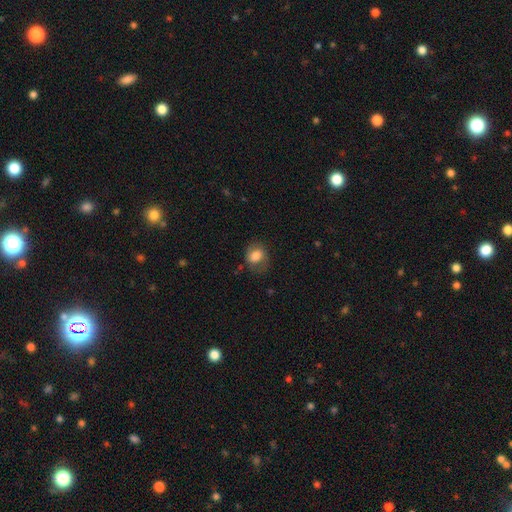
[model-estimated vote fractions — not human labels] Smooth or featured? smooth (76%)
How rounded? in between (51%)
Merging? none (61%)